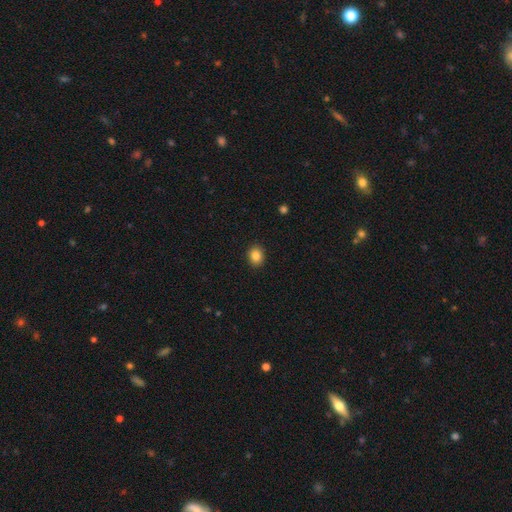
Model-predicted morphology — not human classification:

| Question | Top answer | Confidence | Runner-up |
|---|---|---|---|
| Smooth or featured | smooth | 86% | star or artifact (10%) |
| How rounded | round | 64% | in between (35%) |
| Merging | none | 91% | minor disturbance (6%) |